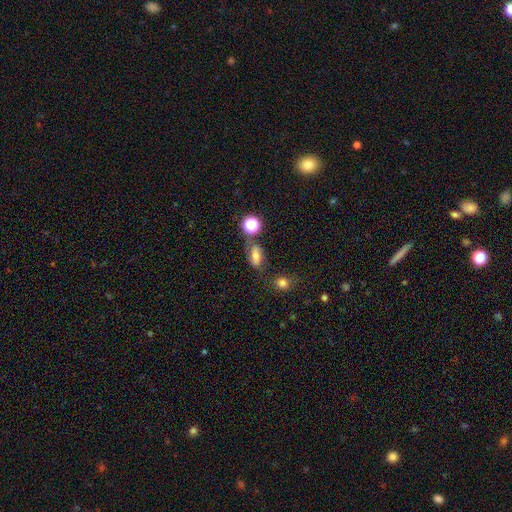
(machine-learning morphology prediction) smooth-or-featured: smooth: 58% | featured or disk: 25% | star or artifact: 17%
  how-rounded: in between: 74% | round: 17% | cigar-shaped: 9%
  merging: none: 62% | minor disturbance: 19% | merger: 10% | major disturbance: 9%